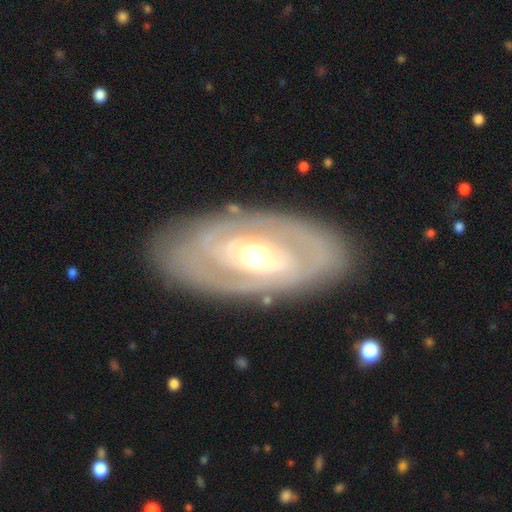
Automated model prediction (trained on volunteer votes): Smooth or featured?
  - featured or disk: 80% *
  - smooth: 15%
  - star or artifact: 5%
Edge-on disk?
  - no: 91% *
  - yes: 9%
Bar?
  - no: 51% *
  - weak: 30%
  - strong: 19%
Spiral arms?
  - yes: 65% *
  - no: 35%
Bulge size?
  - moderate: 69% *
  - small: 20%
  - large: 9%
  - dominant: 1%
  - none: 1%
Merging?
  - none: 80% *
  - minor disturbance: 13%
  - major disturbance: 6%
  - merger: 2%